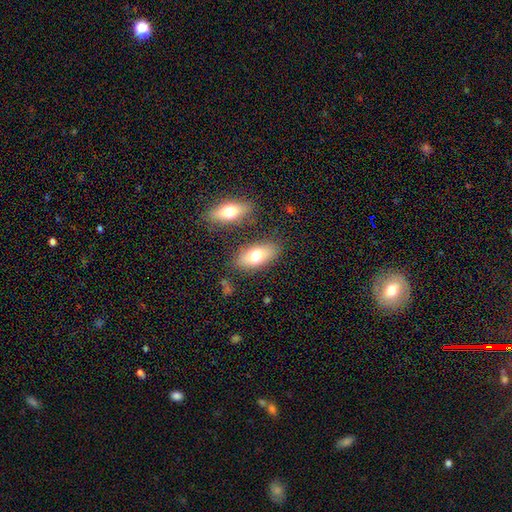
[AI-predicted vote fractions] Q: Smooth or featured?
A: smooth (71%); runner-up: featured or disk (22%)
Q: How rounded?
A: in between (88%); runner-up: cigar-shaped (7%)
Q: Merging?
A: none (79%); runner-up: minor disturbance (12%)